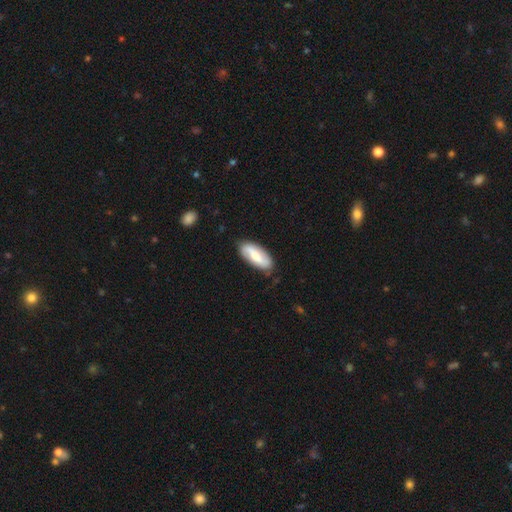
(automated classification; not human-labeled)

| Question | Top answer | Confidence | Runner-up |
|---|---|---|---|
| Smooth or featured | smooth | 51% | featured or disk (44%) |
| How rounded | in between | 82% | cigar-shaped (16%) |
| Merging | none | 81% | minor disturbance (15%) |